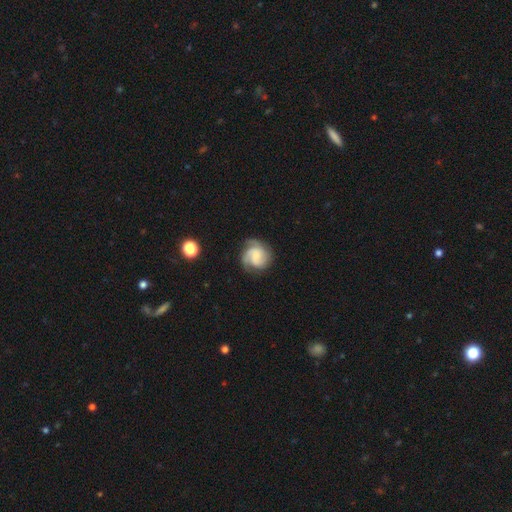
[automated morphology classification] Smooth or featured: featured or disk — 75% (smooth — 18%)
Edge-on disk: no — 98% (yes — 2%)
Bar: no — 63% (weak — 32%)
Spiral arms: yes — 96% (no — 4%)
Spiral winding: tight — 47% (medium — 41%)
Spiral arm count: 3 — 51% (2 — 22%)
Bulge size: small — 52% (moderate — 26%)
Merging: none — 71% (minor disturbance — 19%)